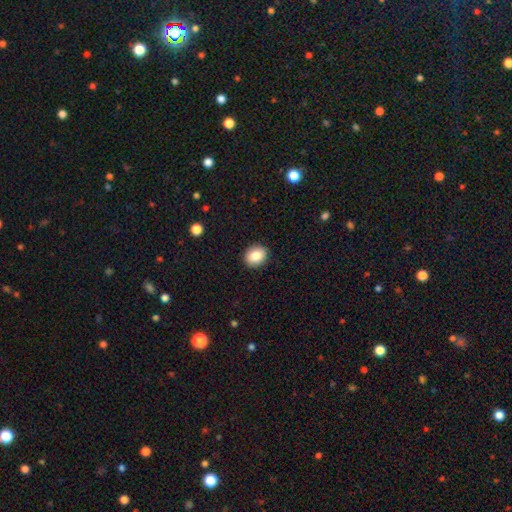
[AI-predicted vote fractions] A smooth galaxy with no disk features (85%) that is round (63%).

Vote fractions:
- Smooth or featured? smooth: 85% / star or artifact: 9% / featured or disk: 7%
- How rounded? round: 63% / in between: 36% / cigar-shaped: 1%
- Merging? none: 91% / minor disturbance: 6% / major disturbance: 2% / merger: 1%